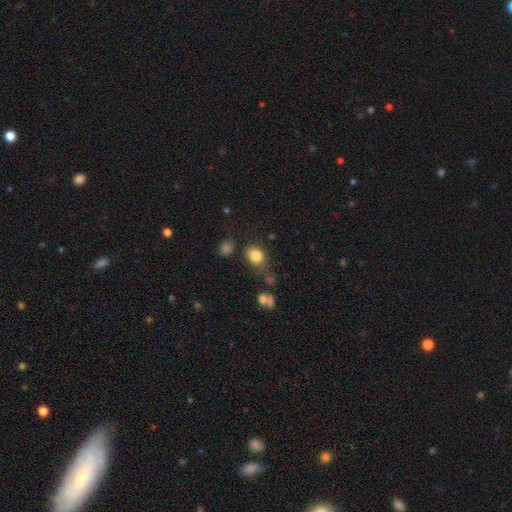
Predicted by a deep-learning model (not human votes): Smooth or featured? Predicted: smooth (p=0.82). How rounded? Predicted: round (p=0.52). Merging? Predicted: none (p=0.67).